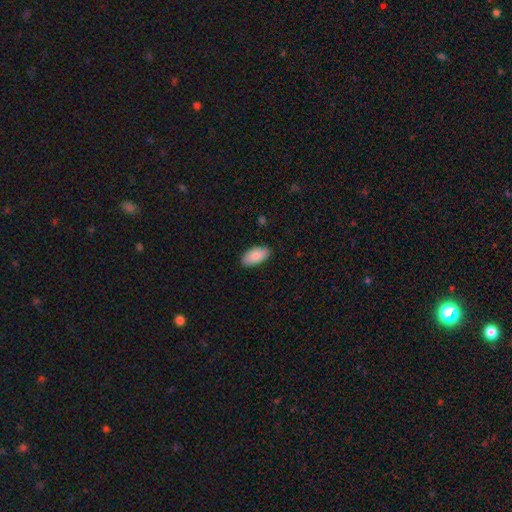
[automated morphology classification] Overall: smooth (86%). How rounded: in between (94%). Merging: none (83%).